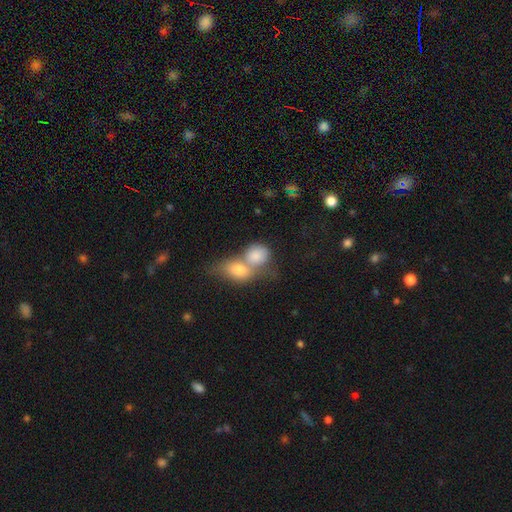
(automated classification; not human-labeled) The model was most divided on "how rounded": round: 50%, in between: 48%, cigar-shaped: 2%. More confident: smooth or featured — smooth (80%); merging — merger (71%).